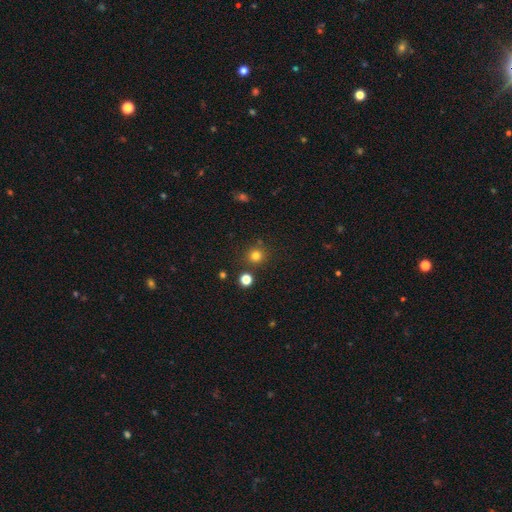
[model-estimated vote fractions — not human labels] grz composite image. It shows a smooth galaxy with no disk features (78%) that is round (92%). Merging: none (84%).